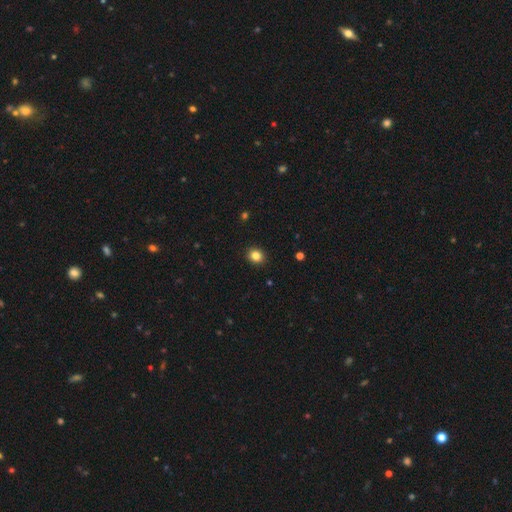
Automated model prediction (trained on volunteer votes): This appears to be a smooth galaxy with no disk features (83%) that is round (72%). Merging: none (92%).